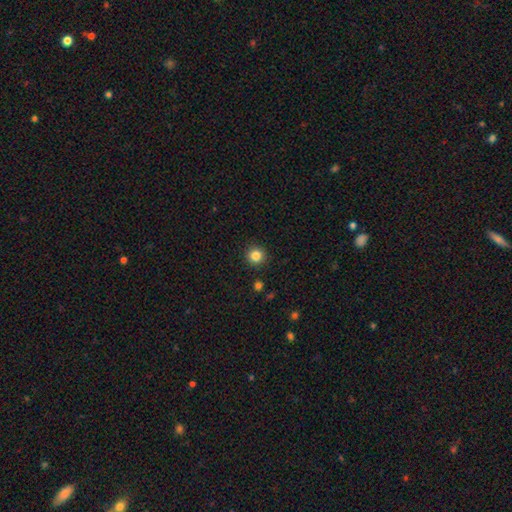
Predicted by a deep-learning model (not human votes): Smooth or featured? Predicted: smooth (p=0.84). How rounded? Predicted: round (p=0.95). Merging? Predicted: none (p=0.92).